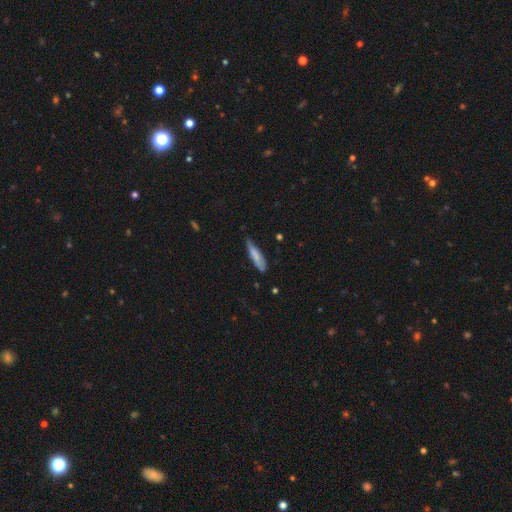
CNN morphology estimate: A smooth galaxy with no disk features (75%) that is cigar-shaped (75%).

Vote fractions:
- Smooth or featured? smooth: 75% / featured or disk: 18% / star or artifact: 6%
- How rounded? cigar-shaped: 75% / in between: 24% / round: 1%
- Merging? none: 59% / minor disturbance: 33% / major disturbance: 6% / merger: 2%